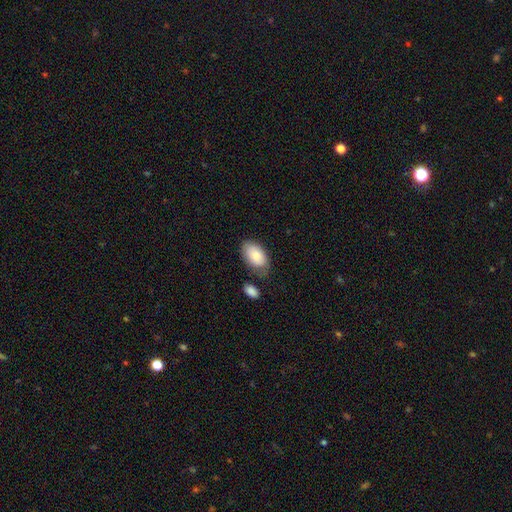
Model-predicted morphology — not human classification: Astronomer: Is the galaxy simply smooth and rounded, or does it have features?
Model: smooth — 82%.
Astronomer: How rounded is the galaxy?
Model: in between — 95%.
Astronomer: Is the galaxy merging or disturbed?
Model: none — 65%.